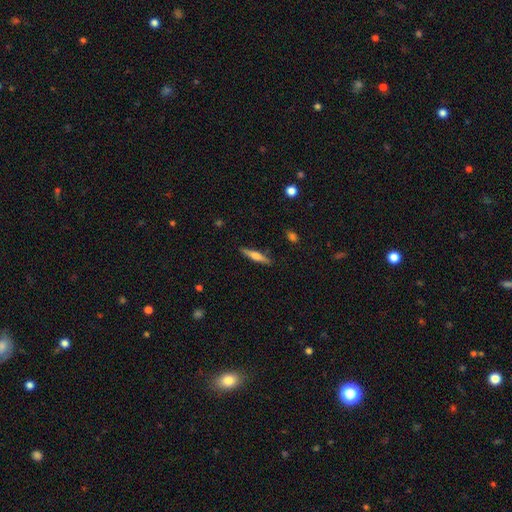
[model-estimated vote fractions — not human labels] A smooth galaxy with no disk features (48%).

Vote fractions:
- Smooth or featured? smooth: 48% / featured or disk: 47% / star or artifact: 6%
- Merging? none: 89% / minor disturbance: 8% / major disturbance: 2% / merger: 1%